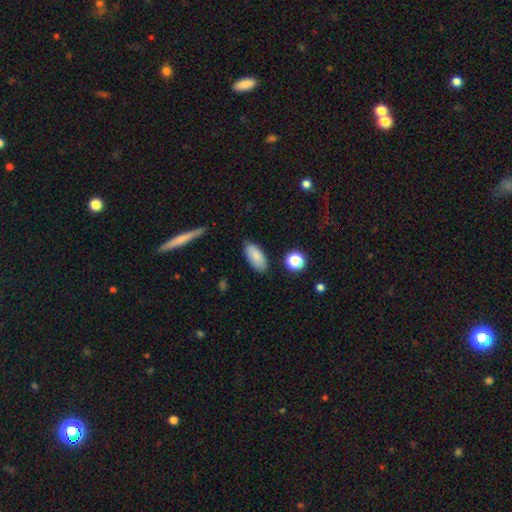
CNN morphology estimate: The model was most divided on "merging": none: 81%, minor disturbance: 14%, major disturbance: 3%, merger: 2%. More confident: how rounded — in between (89%); smooth or featured — smooth (84%).